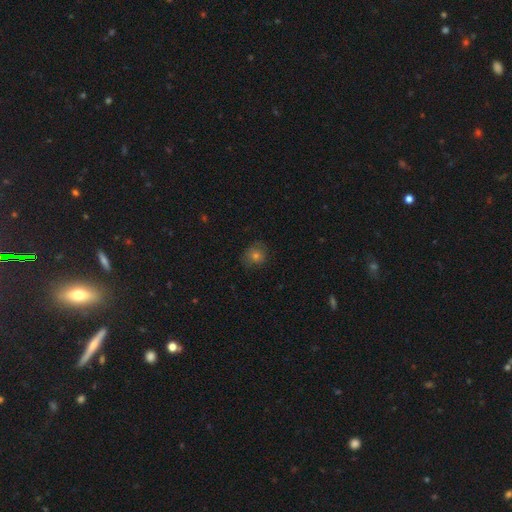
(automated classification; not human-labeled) The model was most divided on "smooth or featured": smooth: 67%, star or artifact: 18%, featured or disk: 15%. More confident: how rounded — round (85%); merging — none (79%).